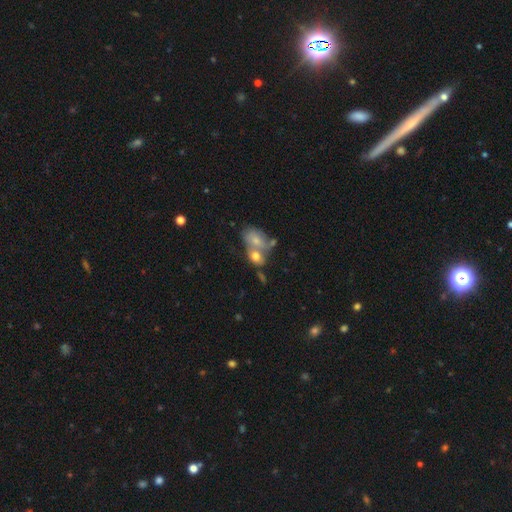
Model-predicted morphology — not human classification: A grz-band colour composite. It shows a smooth galaxy with no disk features (67%) that is in between round and cigar-shaped (71%). Merging: merger (60%).